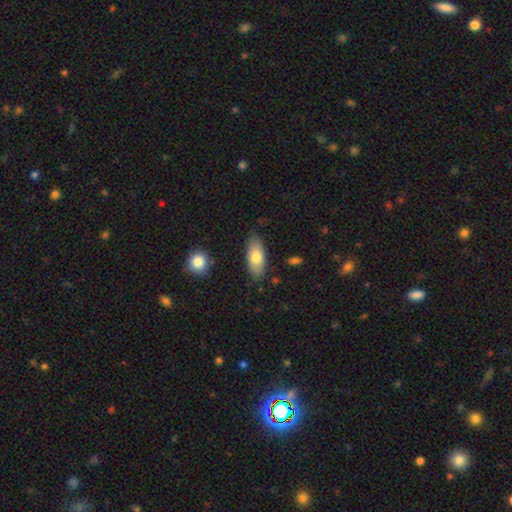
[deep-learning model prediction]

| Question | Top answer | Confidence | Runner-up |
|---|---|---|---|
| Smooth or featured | smooth | 76% | featured or disk (19%) |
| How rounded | in between | 84% | cigar-shaped (14%) |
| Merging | none | 83% | minor disturbance (13%) |